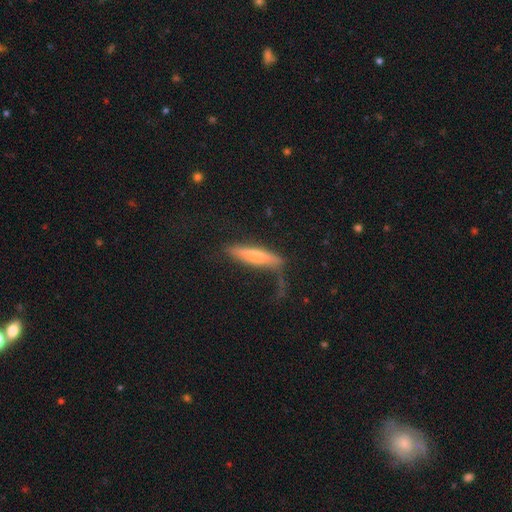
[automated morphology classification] Smooth or featured?
  - smooth: 62% *
  - featured or disk: 32%
  - star or artifact: 7%
How rounded?
  - cigar-shaped: 85% *
  - in between: 13%
  - round: 2%
Merging?
  - none: 49% *
  - minor disturbance: 27%
  - major disturbance: 20%
  - merger: 4%